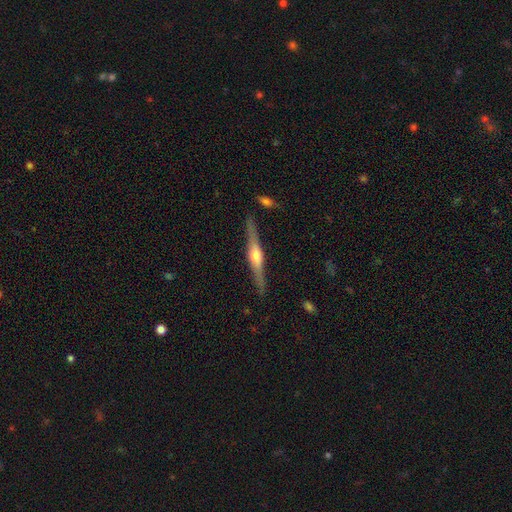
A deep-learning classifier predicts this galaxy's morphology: Smooth or featured? Predicted: featured or disk (p=0.76). Edge-on disk? Predicted: yes (p=0.97). Edge-on bulge? Predicted: rounded (p=0.88). Merging? Predicted: none (p=0.88).